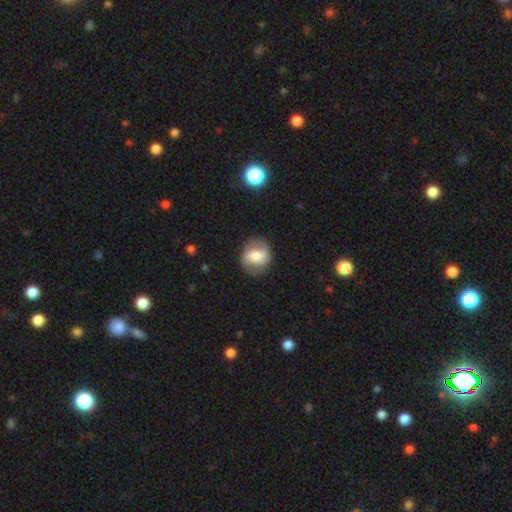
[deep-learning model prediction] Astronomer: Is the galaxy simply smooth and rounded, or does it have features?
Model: smooth — 48% (runner-up: featured or disk, 44%).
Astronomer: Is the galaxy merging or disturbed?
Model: none — 81%.